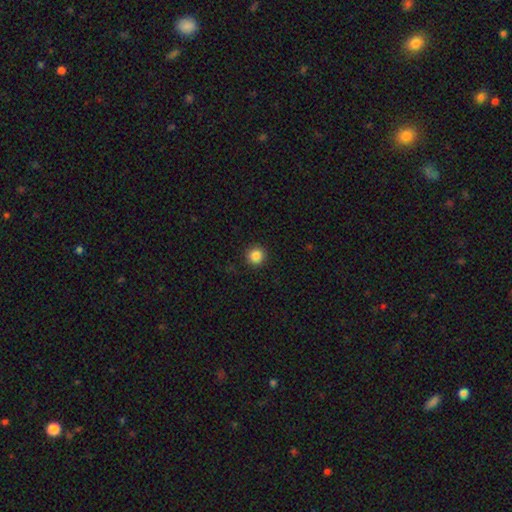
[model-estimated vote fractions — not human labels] Smooth or featured? Predicted: smooth (p=0.87). How rounded? Predicted: round (p=0.95). Merging? Predicted: none (p=0.92).